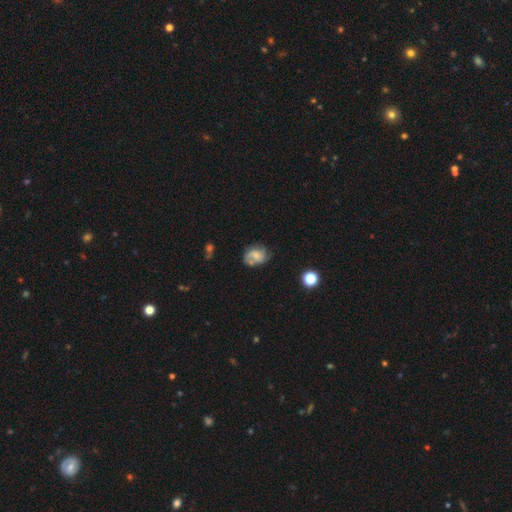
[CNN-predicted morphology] The model was most divided on "bulge size": small: 39%, moderate: 33%, none: 20%, large: 6%, dominant: 2%. More confident: edge-on disk — no (97%); spiral arms — yes (82%); bar — no (63%); smooth or featured — featured or disk (57%); merging — none (54%).